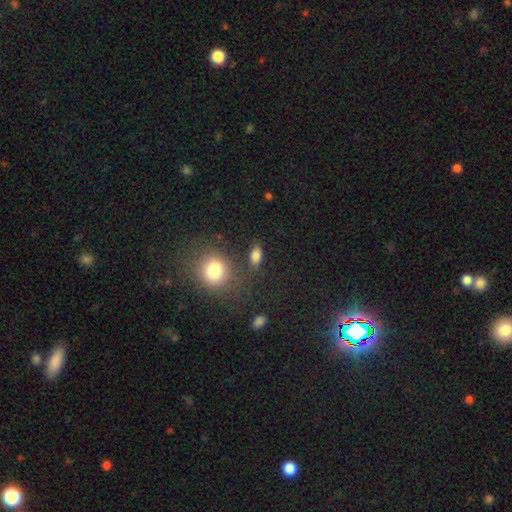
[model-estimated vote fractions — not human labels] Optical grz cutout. It shows a smooth galaxy with no disk features (82%) that is in between round and cigar-shaped (84%). Merging: none (78%).